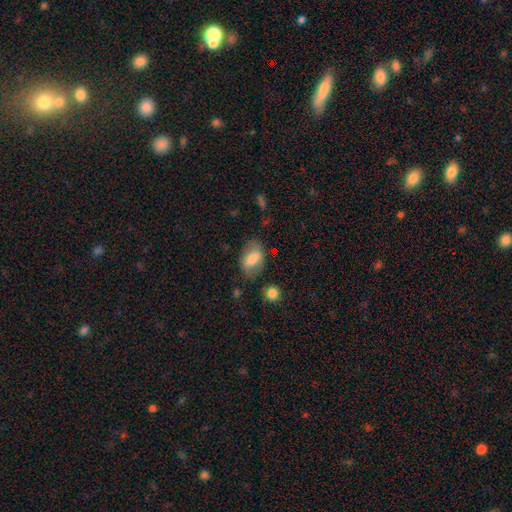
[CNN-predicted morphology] Smooth or featured? Predicted: smooth (p=0.62). How rounded? Predicted: in between (p=0.86). Merging? Predicted: none (p=0.70).